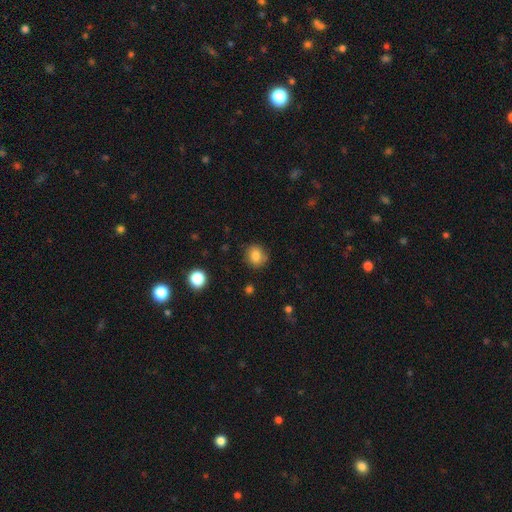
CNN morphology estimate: This appears to be a smooth galaxy with no disk features (82%) that is round (78%). Merging: none (83%).